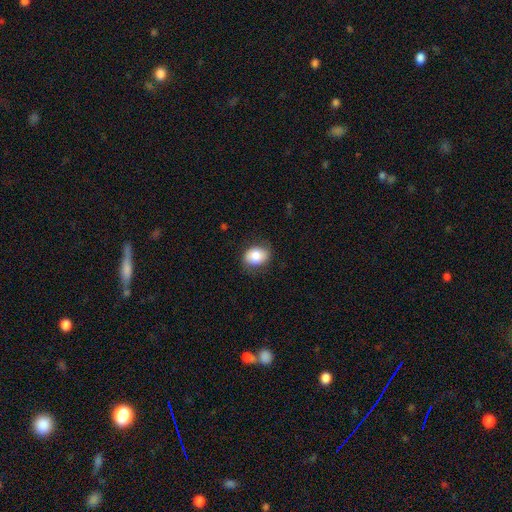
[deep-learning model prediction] A smooth galaxy with no disk features (80%) that is in between round and cigar-shaped (61%). Merging: none (78%).